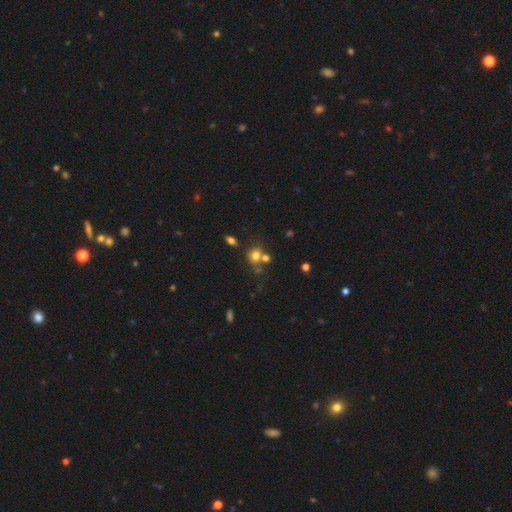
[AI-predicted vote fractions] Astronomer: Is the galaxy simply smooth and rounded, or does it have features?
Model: smooth — 70%.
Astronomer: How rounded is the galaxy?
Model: round — 66%.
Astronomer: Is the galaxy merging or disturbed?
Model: none — 50% (runner-up: merger, 33%).